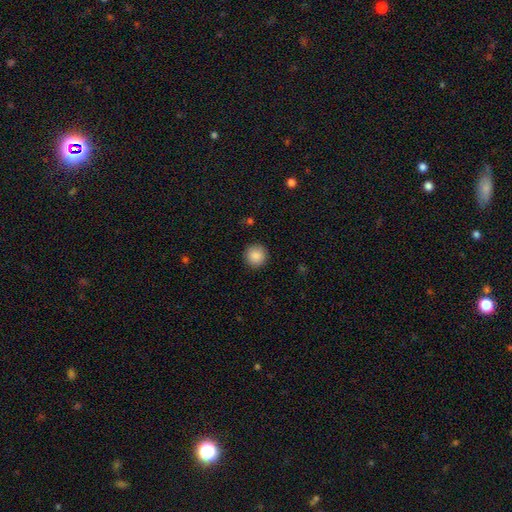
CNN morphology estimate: The model was most divided on "smooth or featured": smooth: 88%, star or artifact: 8%, featured or disk: 3%. More confident: how rounded — round (95%); merging — none (92%).